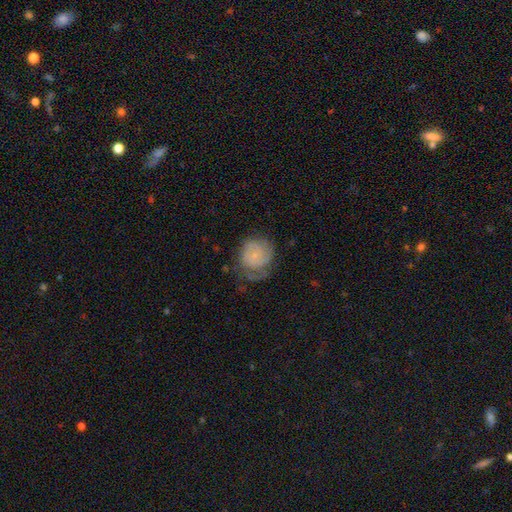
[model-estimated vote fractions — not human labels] Smooth or featured: featured or disk — 60% (smooth — 32%)
Edge-on disk: no — 98% (yes — 2%)
Bar: no — 73% (weak — 24%)
Spiral arms: yes — 86% (no — 14%)
Spiral winding: tight — 56% (medium — 32%)
Spiral arm count: 2 — 35% (can't tell — 32%)
Bulge size: small — 72% (moderate — 14%)
Merging: none — 48% (minor disturbance — 27%)